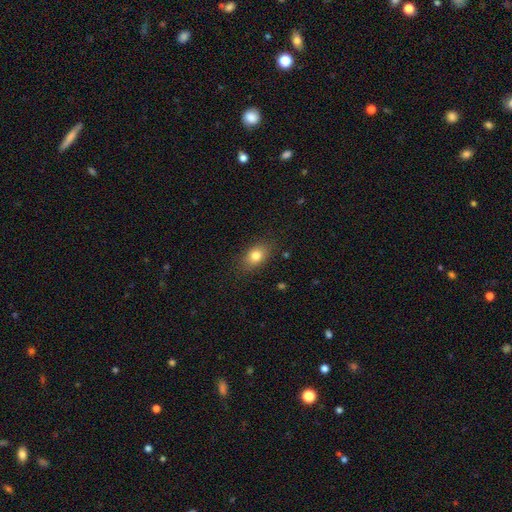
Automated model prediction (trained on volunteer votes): A smooth galaxy with no disk features (81%) that is in between round and cigar-shaped (78%). Merging: none (84%).